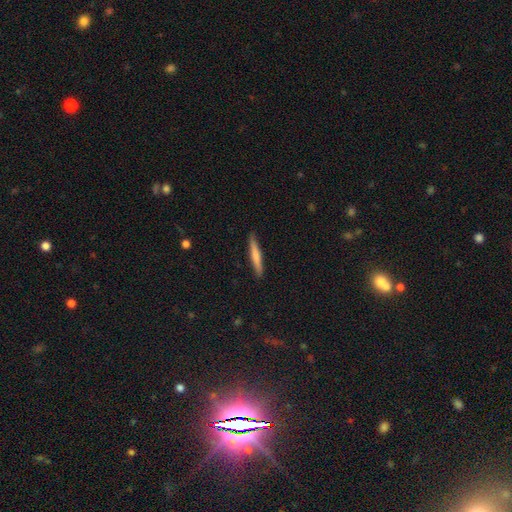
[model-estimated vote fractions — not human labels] Smooth or featured? smooth (66%)
How rounded? cigar-shaped (95%)
Merging? none (90%)